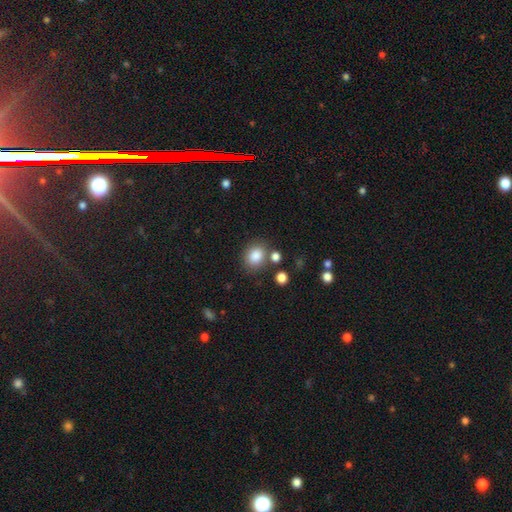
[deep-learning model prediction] Q: Smooth or featured?
A: smooth (85%); runner-up: star or artifact (9%)
Q: How rounded?
A: round (58%); runner-up: in between (41%)
Q: Merging?
A: none (73%); runner-up: minor disturbance (13%)